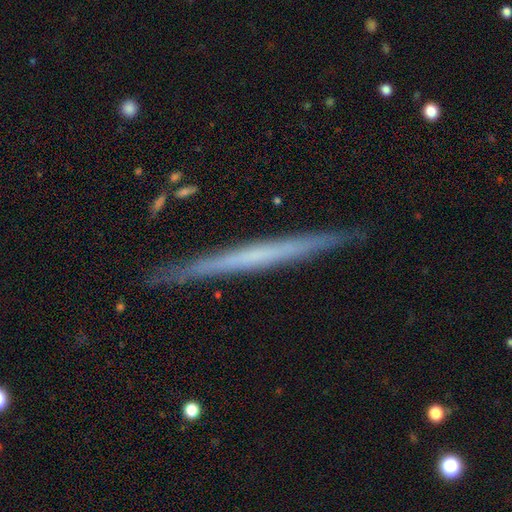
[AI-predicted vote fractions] This appears to be a featured or disk galaxy (60%) viewed edge-on (97%) with no central bulge (89%). Merging: none (90%).